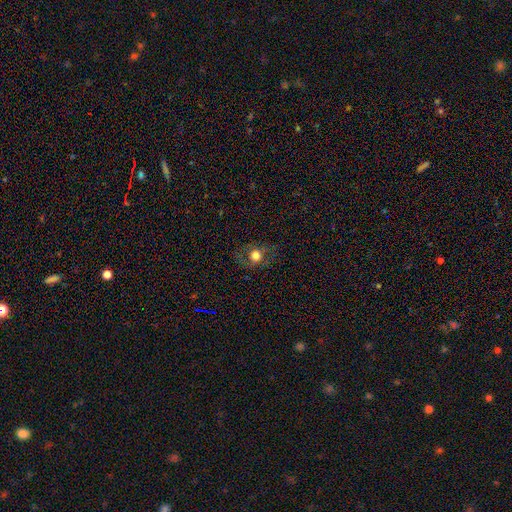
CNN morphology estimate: smooth 55%, featured or disk 31%, star or artifact 14%. Down the decision tree: how rounded — round (72%); merging — none (71%).